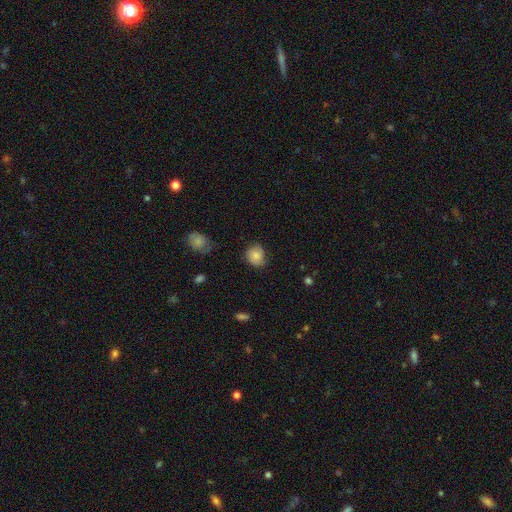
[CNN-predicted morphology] smooth_or_featured: smooth (p=0.71) [alt: featured or disk p=0.21]
how_rounded: round (p=0.73) [alt: in between p=0.26]
merging: none (p=0.70) [alt: minor disturbance p=0.23]